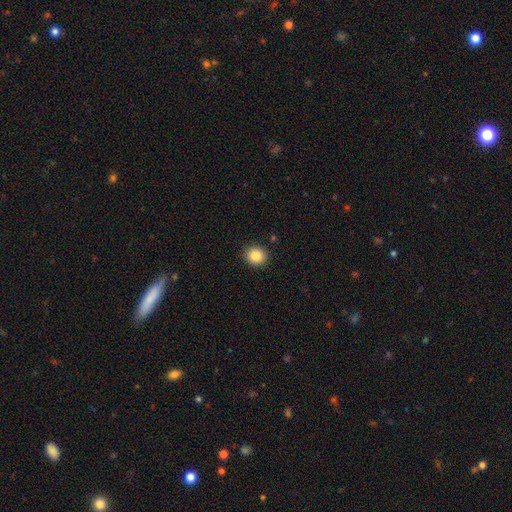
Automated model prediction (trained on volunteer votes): A smooth galaxy with no disk features (86%) that is round (85%). Merging: none (91%).